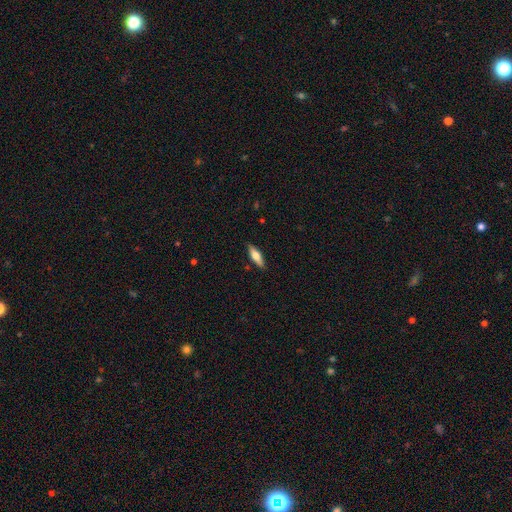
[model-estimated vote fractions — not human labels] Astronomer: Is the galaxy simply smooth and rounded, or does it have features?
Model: smooth — 54% (runner-up: featured or disk, 40%).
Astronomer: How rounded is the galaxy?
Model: cigar-shaped — 53% (runner-up: in between, 45%).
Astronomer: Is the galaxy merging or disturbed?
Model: none — 88%.